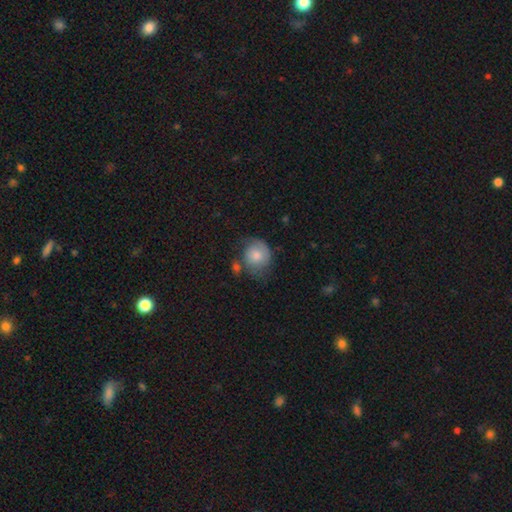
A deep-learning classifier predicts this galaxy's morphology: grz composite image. It shows a smooth galaxy with no disk features (67%) that is round (74%). Merging: none (53%).